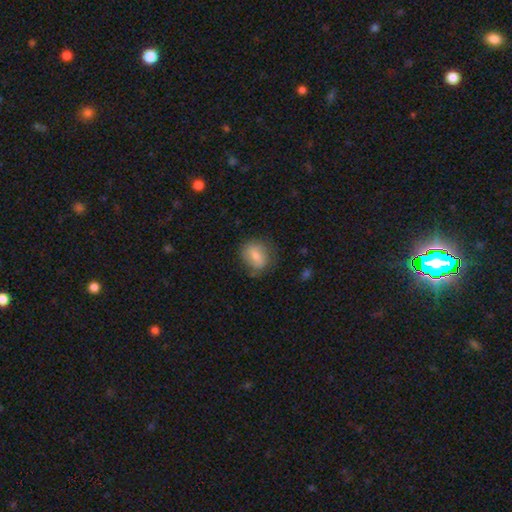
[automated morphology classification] smooth 72%, featured or disk 21%, star or artifact 8%. Down the decision tree: how rounded — round (58%); merging — none (68%).